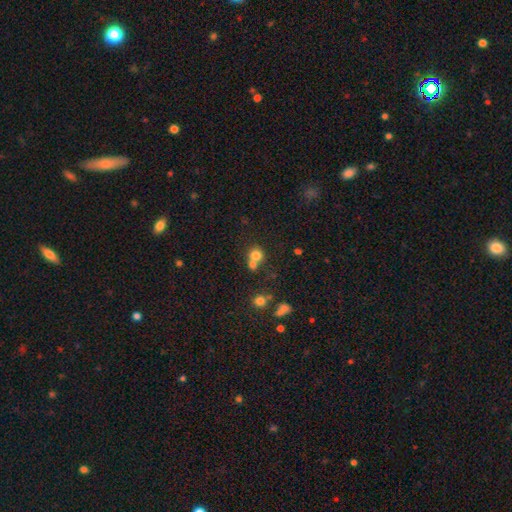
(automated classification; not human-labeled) Smooth or featured?
  - smooth: 76% *
  - star or artifact: 14%
  - featured or disk: 10%
How rounded?
  - round: 84% *
  - in between: 15%
  - cigar-shaped: 1%
Merging?
  - none: 47% *
  - merger: 42%
  - minor disturbance: 7%
  - major disturbance: 3%